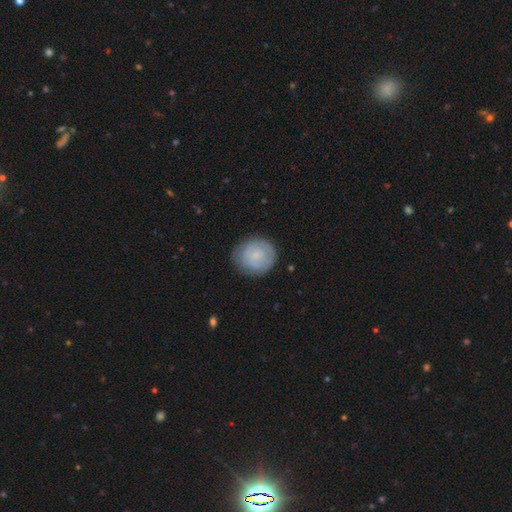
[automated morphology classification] A smooth galaxy with no disk features (61%) that is round (82%).

Vote fractions:
- Smooth or featured? smooth: 61% / featured or disk: 32% / star or artifact: 7%
- How rounded? round: 82% / in between: 17% / cigar-shaped: 1%
- Merging? none: 75% / minor disturbance: 18% / major disturbance: 5% / merger: 1%